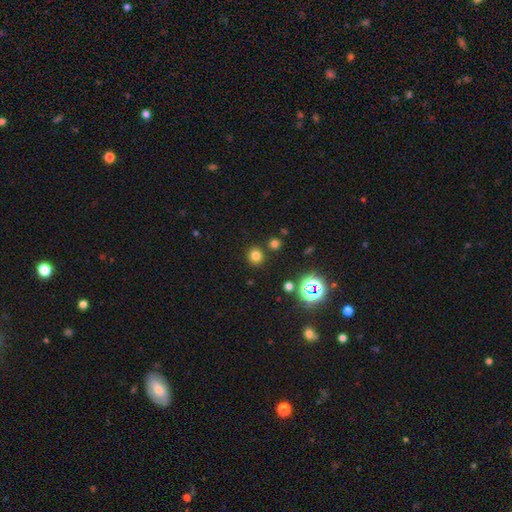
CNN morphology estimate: type=smooth (74%); roundness=round (91%); merging=none (86%).